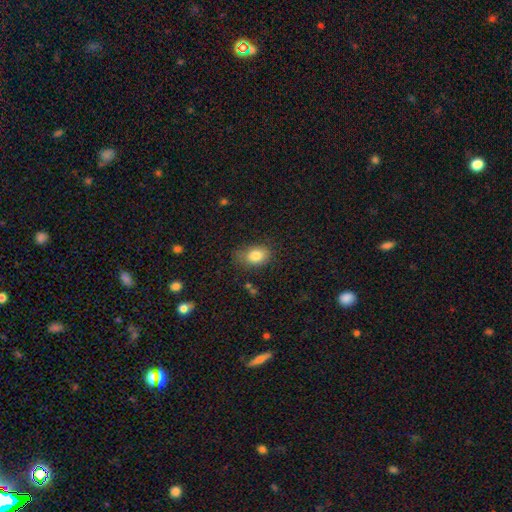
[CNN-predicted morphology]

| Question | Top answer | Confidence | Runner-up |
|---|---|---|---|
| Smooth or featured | smooth | 82% | star or artifact (9%) |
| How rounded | in between | 73% | round (25%) |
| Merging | none | 69% | minor disturbance (23%) |